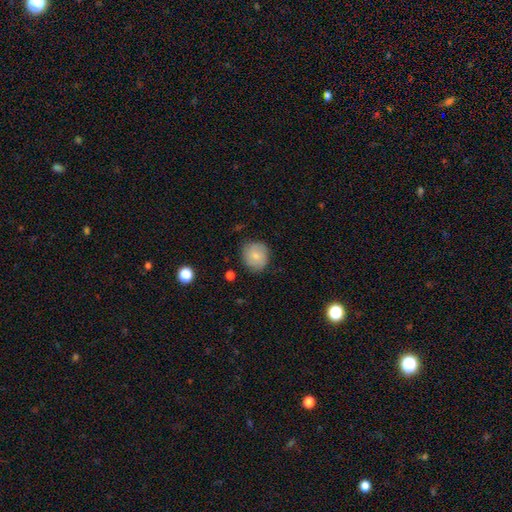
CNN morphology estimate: Smooth or featured? smooth (78%)
How rounded? round (84%)
Merging? none (79%)